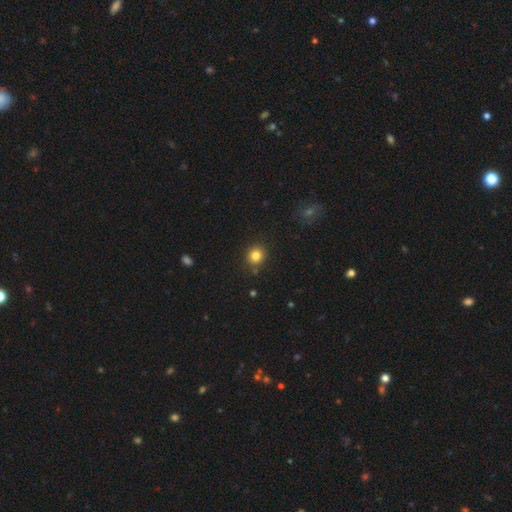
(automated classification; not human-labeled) smooth 82%, star or artifact 12%, featured or disk 6%. Down the decision tree: how rounded — round (85%); merging — none (86%).